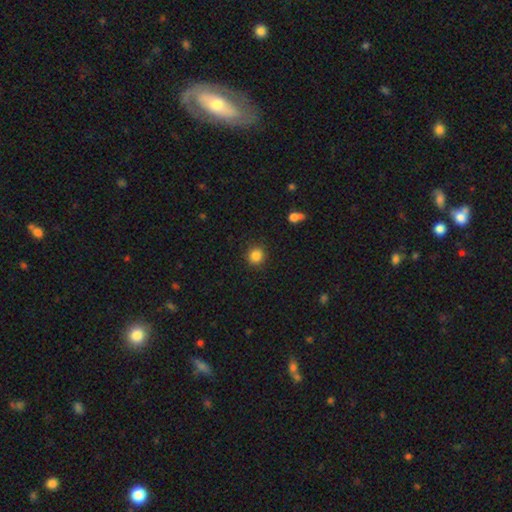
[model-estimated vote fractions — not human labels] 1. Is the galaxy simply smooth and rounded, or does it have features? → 85% smooth, 11% star or artifact, 4% featured or disk.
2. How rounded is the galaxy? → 90% round, 9% in between, 1% cigar-shaped.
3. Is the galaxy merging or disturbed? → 90% none, 7% minor disturbance, 2% major disturbance, 1% merger.